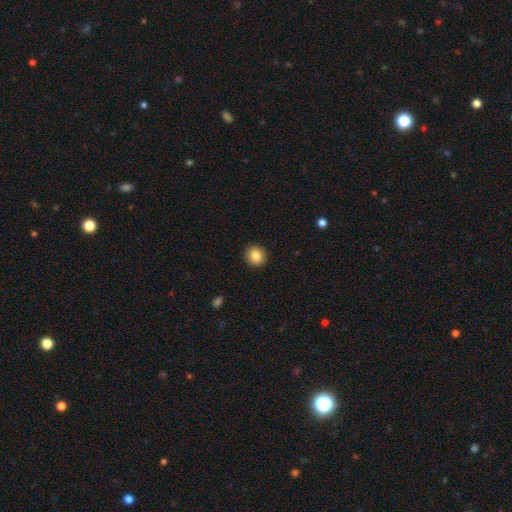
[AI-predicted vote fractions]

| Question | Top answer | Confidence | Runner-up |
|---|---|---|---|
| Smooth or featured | smooth | 86% | star or artifact (9%) |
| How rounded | round | 84% | in between (16%) |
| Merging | none | 92% | minor disturbance (5%) |